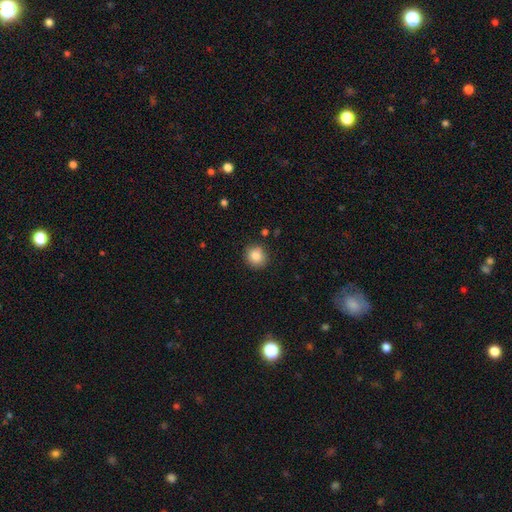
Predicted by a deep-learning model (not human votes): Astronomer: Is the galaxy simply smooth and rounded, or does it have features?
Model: smooth — 85%.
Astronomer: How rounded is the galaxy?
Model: round — 90%.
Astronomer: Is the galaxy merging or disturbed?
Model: none — 86%.